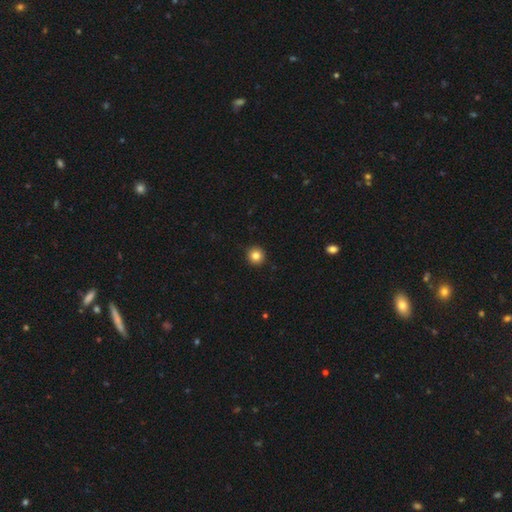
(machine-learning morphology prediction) Smooth or featured? smooth (83%)
How rounded? round (96%)
Merging? none (93%)